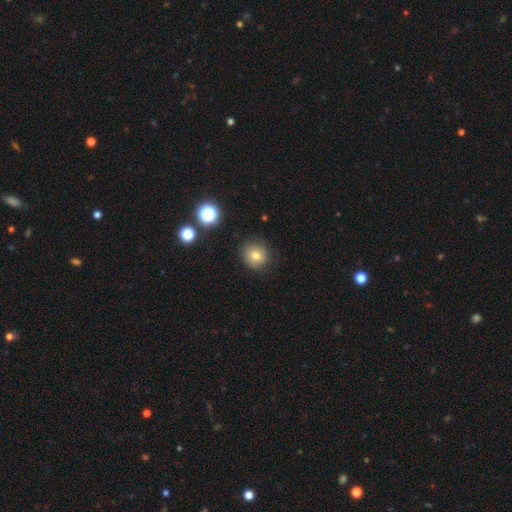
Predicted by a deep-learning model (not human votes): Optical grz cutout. It shows a smooth galaxy with no disk features (75%) that is round (89%). Merging: none (84%).